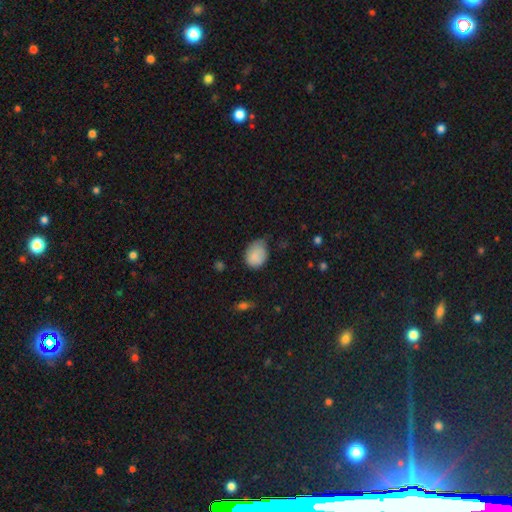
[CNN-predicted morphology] Smooth or featured: smooth — 85% (star or artifact — 8%)
How rounded: in between — 55% (round — 44%)
Merging: none — 45% (minor disturbance — 43%)